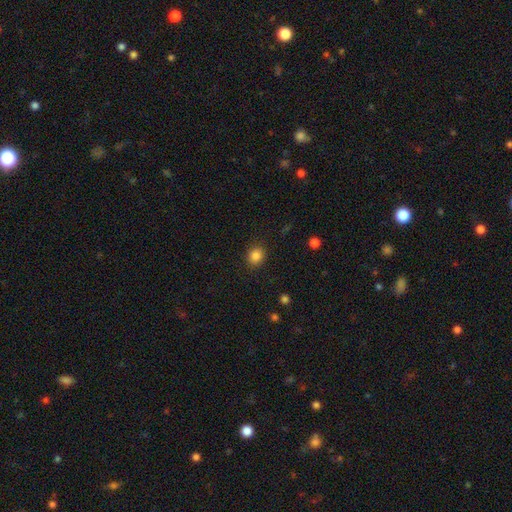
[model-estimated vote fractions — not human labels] Overall: smooth (85%). How rounded: round (78%). Merging: none (89%).